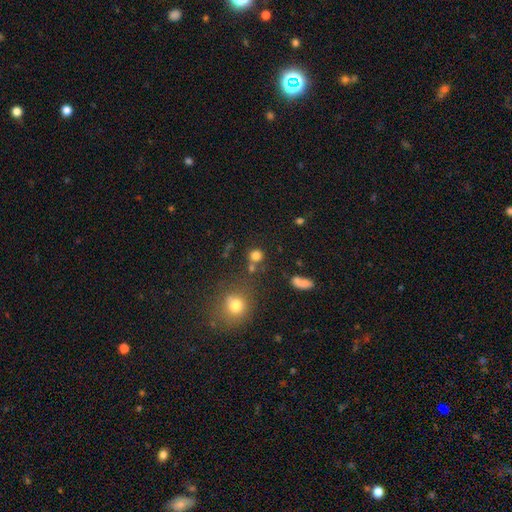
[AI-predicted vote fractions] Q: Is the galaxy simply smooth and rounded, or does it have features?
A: smooth — 77%.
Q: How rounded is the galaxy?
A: round — 87%.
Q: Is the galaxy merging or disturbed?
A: none — 67%.